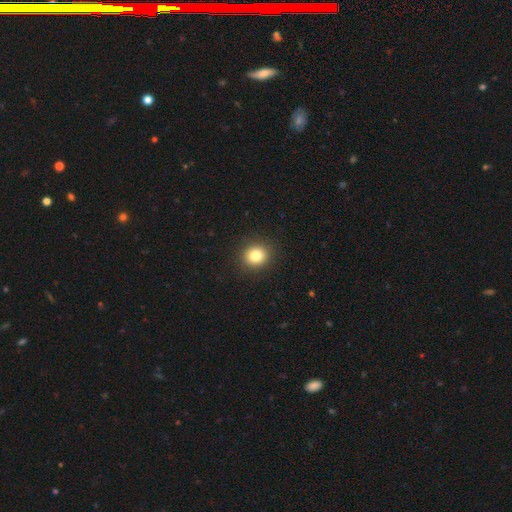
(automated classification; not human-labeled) smooth-or-featured: smooth: 82% | star or artifact: 11% | featured or disk: 7%
  how-rounded: round: 84% | in between: 15% | cigar-shaped: 1%
  merging: none: 91% | minor disturbance: 6% | major disturbance: 2% | merger: 1%